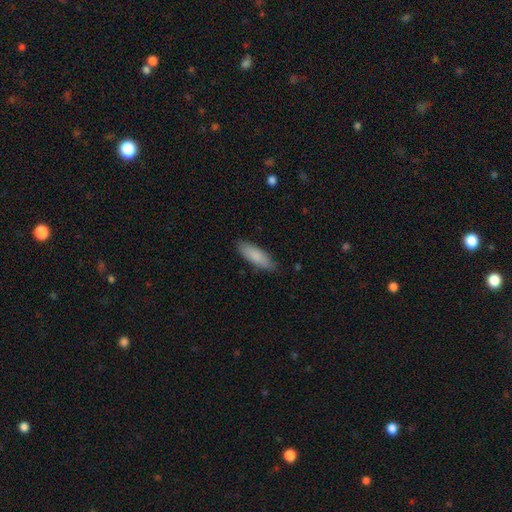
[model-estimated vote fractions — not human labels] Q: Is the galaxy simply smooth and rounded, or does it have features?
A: smooth — 86%.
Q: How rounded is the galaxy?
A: in between — 55%.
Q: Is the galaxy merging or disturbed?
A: none — 86%.